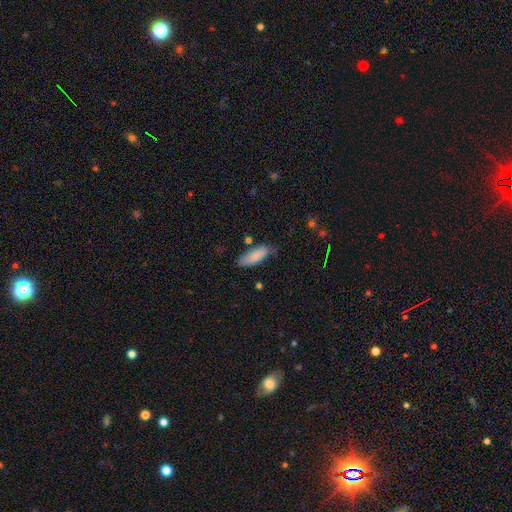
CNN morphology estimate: Smooth or featured: smooth — 84% (featured or disk — 10%)
How rounded: in between — 73% (cigar-shaped — 26%)
Merging: none — 71% (minor disturbance — 22%)